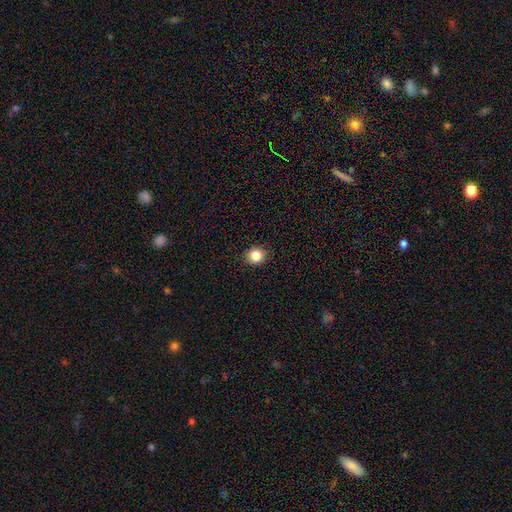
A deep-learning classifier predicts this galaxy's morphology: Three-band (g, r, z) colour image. It shows a smooth galaxy with no disk features (84%) that is round (83%). Merging: none (92%).